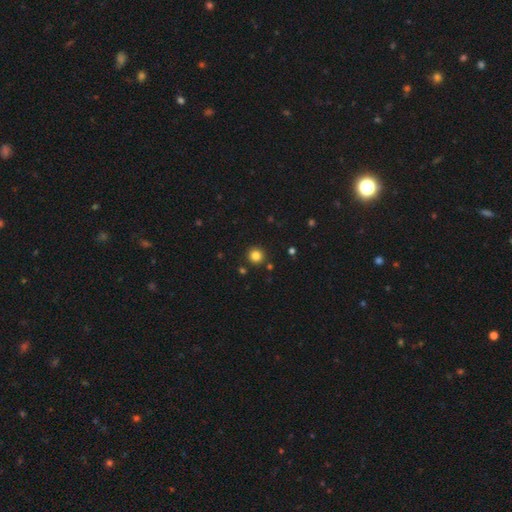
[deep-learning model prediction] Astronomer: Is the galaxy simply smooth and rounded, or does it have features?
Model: smooth — 83%.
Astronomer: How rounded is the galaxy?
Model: round — 95%.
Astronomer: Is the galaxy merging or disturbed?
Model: none — 90%.